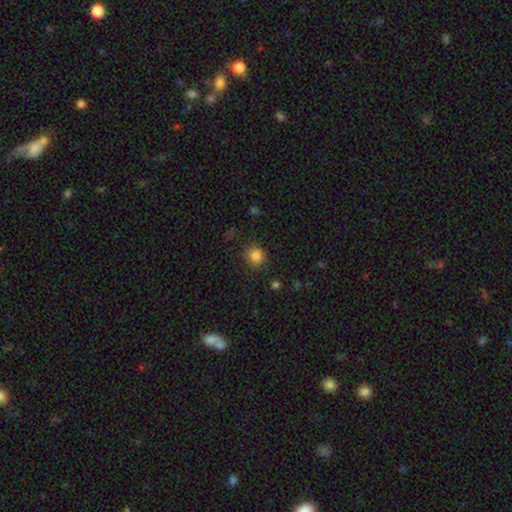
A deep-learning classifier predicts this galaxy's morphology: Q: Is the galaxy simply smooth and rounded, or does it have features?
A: smooth — 84%.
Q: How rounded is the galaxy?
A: round — 83%.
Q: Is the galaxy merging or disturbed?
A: none — 84%.